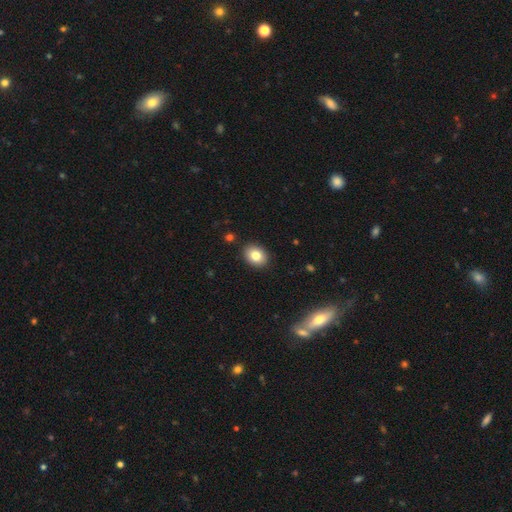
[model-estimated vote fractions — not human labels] smooth_or_featured: smooth (p=0.81) [alt: featured or disk p=0.10]
how_rounded: in between (p=0.59) [alt: round p=0.40]
merging: none (p=0.89) [alt: minor disturbance p=0.07]